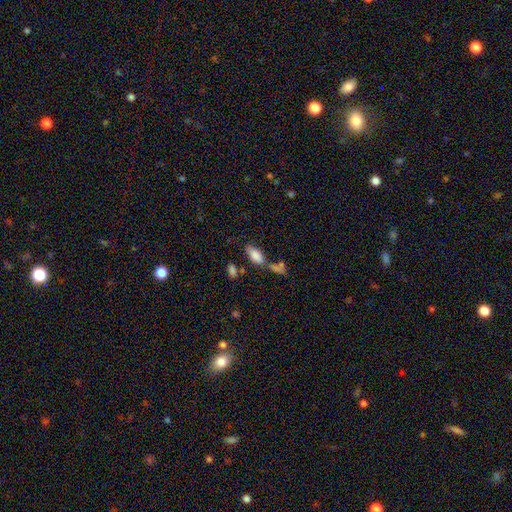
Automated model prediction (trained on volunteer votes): Smooth or featured: smooth — 83% (featured or disk — 9%)
How rounded: in between — 87% (cigar-shaped — 11%)
Merging: none — 54% (merger — 25%)